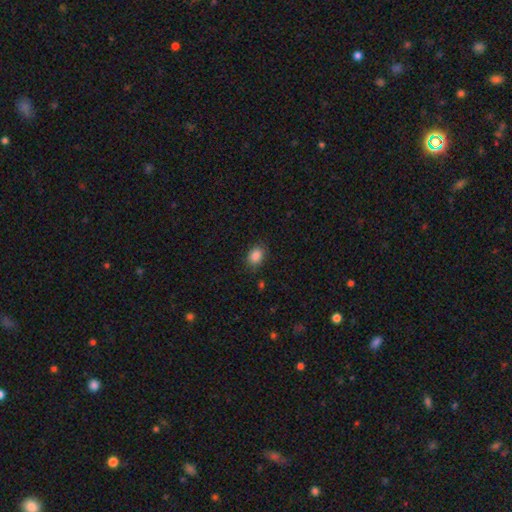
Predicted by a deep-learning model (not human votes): Morphology: type=smooth (87%); roundness=in between (70%); merging=none (84%).